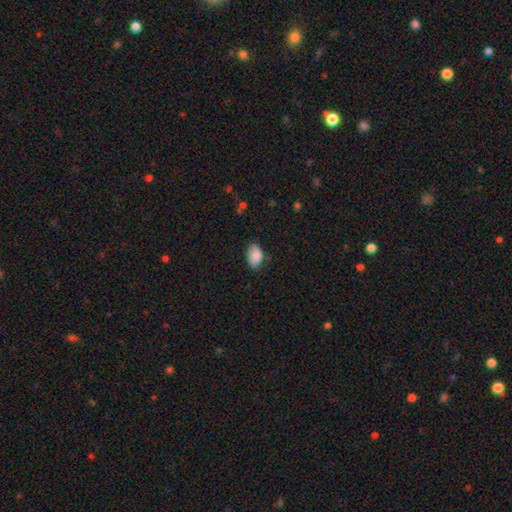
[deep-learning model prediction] Smooth or featured: smooth — 88% (star or artifact — 7%)
How rounded: in between — 90% (round — 9%)
Merging: none — 71% (minor disturbance — 24%)